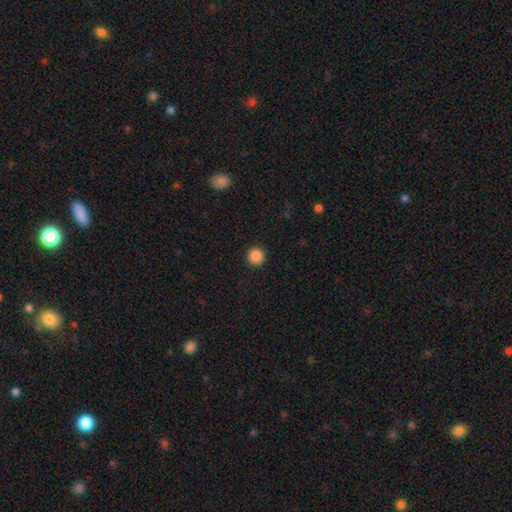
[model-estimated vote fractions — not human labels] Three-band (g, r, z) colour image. It shows a smooth galaxy with no disk features (87%) that is round (95%). Merging: none (92%).